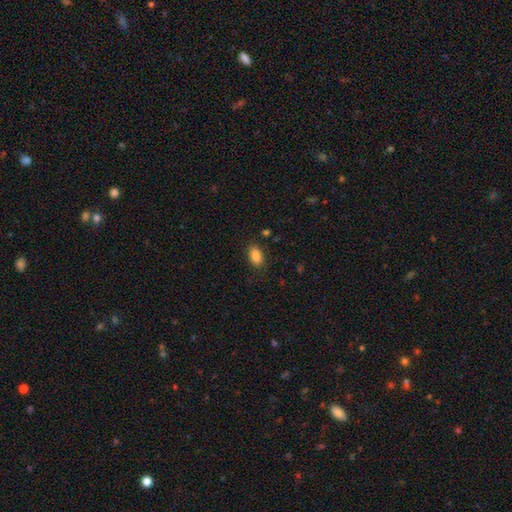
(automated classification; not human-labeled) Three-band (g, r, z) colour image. It shows a smooth galaxy with no disk features (87%) that is in between round and cigar-shaped (90%). Merging: none (84%).